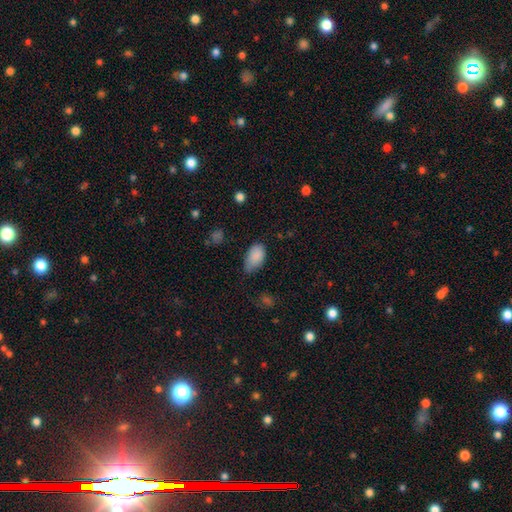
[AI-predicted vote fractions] Smooth or featured: smooth — 86% (star or artifact — 8%)
How rounded: in between — 92% (round — 6%)
Merging: none — 47% (minor disturbance — 42%)